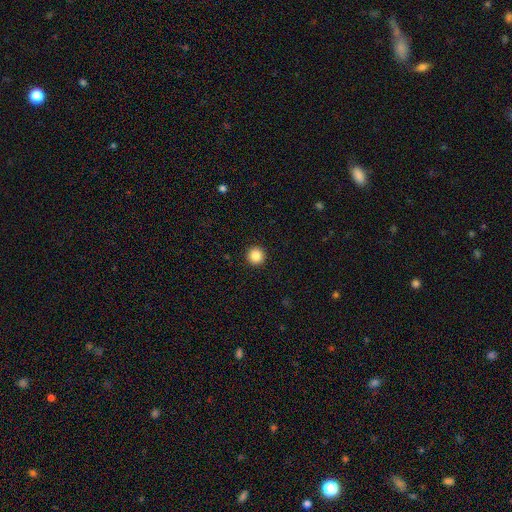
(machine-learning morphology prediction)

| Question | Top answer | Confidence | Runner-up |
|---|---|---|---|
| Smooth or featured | smooth | 87% | star or artifact (10%) |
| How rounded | round | 96% | in between (3%) |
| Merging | none | 94% | minor disturbance (4%) |